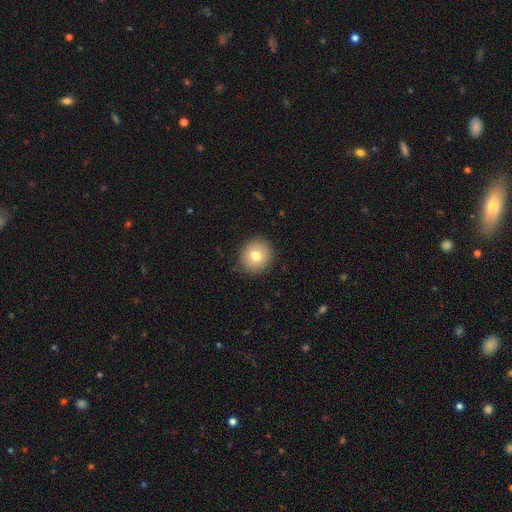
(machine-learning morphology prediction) Smooth or featured? smooth (77%)
How rounded? round (88%)
Merging? none (90%)